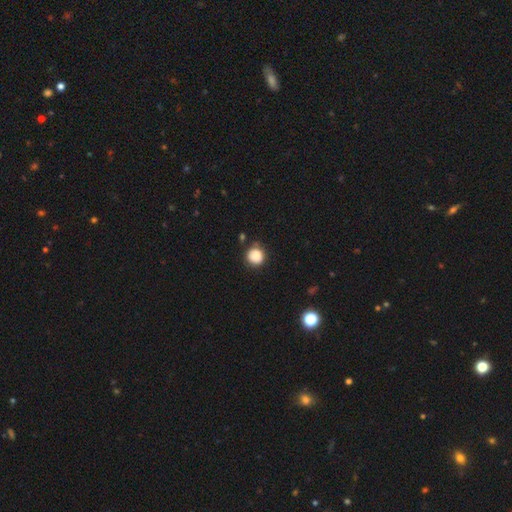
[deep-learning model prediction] This appears to be a smooth galaxy with no disk features (86%) that is round (89%). Merging: none (73%).